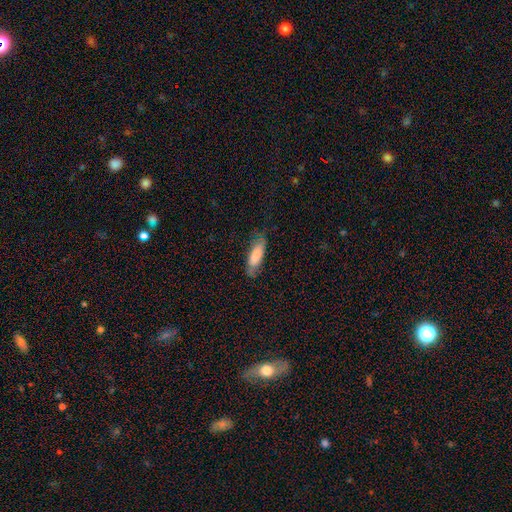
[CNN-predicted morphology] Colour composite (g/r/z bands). It shows a smooth galaxy with no disk features (79%) that is in between round and cigar-shaped (58%). Merging: none (70%).